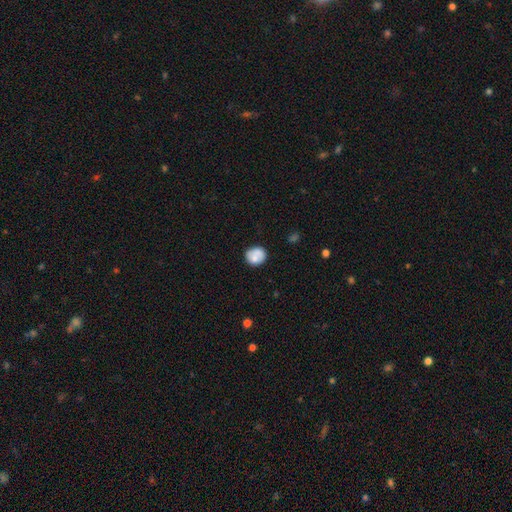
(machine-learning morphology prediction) Overall: smooth (76%). How rounded: round (76%). Merging: none (66%).